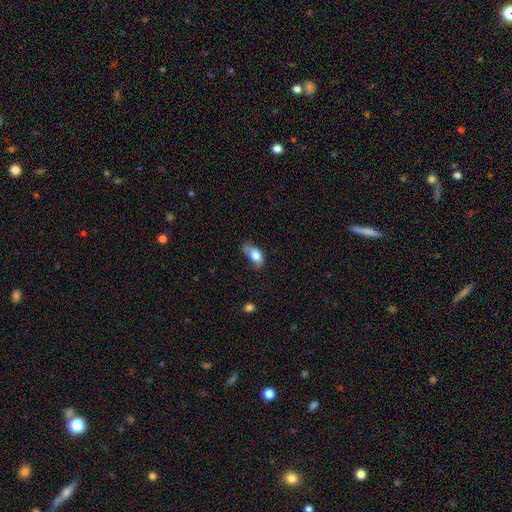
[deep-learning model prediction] Smooth or featured?
  - smooth: 75% *
  - featured or disk: 17%
  - star or artifact: 7%
How rounded?
  - in between: 88% *
  - round: 7%
  - cigar-shaped: 5%
Merging?
  - minor disturbance: 40% *
  - none: 34%
  - major disturbance: 21%
  - merger: 4%